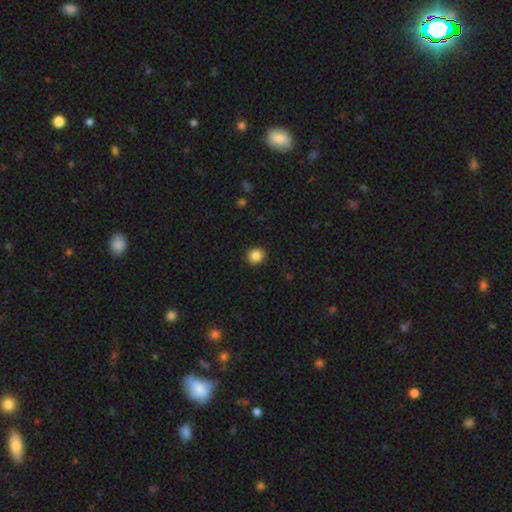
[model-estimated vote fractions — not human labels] A smooth galaxy with no disk features (86%) that is round (88%). Merging: none (92%).